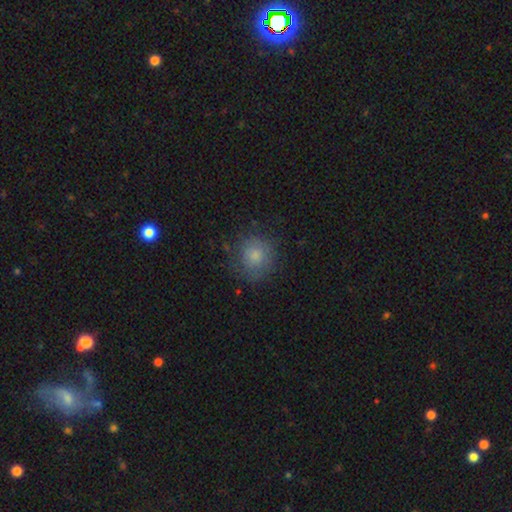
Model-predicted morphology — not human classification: Overall: smooth (79%). How rounded: round (88%). Merging: none (74%).